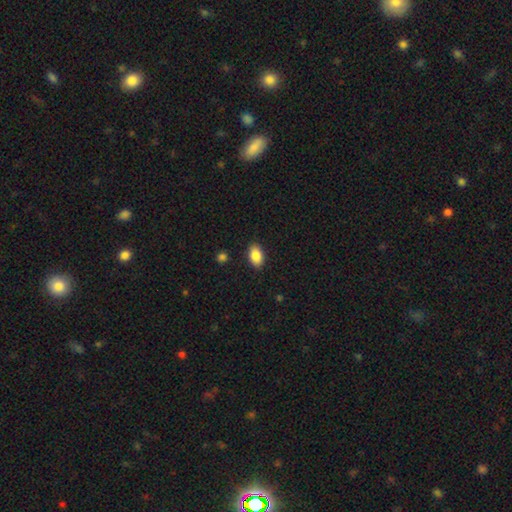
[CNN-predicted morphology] The model was most divided on "smooth or featured": smooth: 87%, star or artifact: 7%, featured or disk: 6%. More confident: how rounded — in between (90%); merging — none (88%).